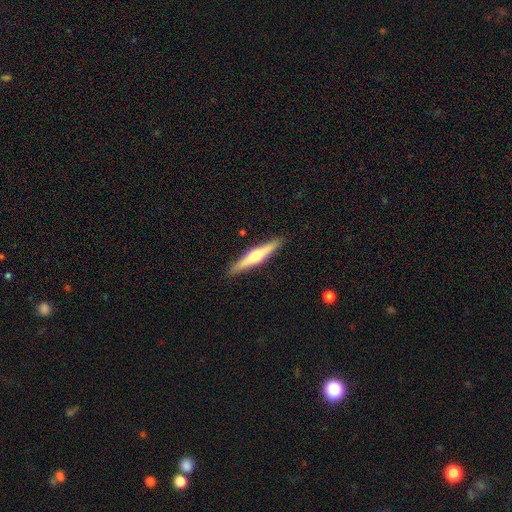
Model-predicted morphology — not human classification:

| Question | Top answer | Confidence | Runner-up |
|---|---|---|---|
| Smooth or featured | featured or disk | 60% | smooth (34%) |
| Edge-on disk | yes | 97% | no (3%) |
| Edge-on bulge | rounded | 88% | none (6%) |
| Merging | none | 91% | minor disturbance (6%) |